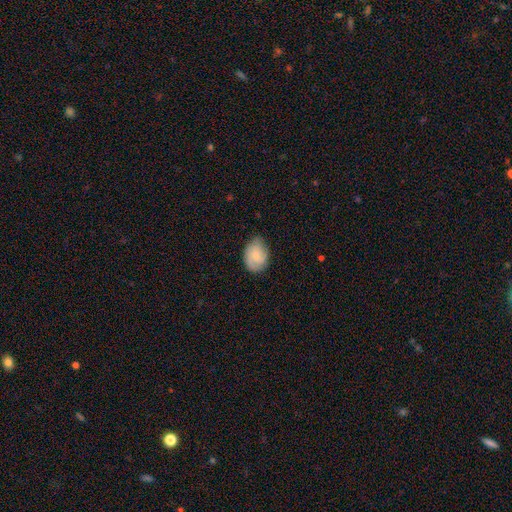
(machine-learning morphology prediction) The model was most divided on "smooth or featured": smooth: 55%, featured or disk: 38%, star or artifact: 7%. More confident: merging — none (73%); how rounded — in between (70%).